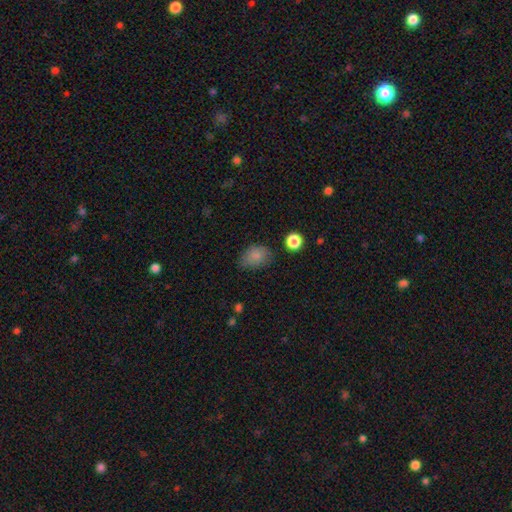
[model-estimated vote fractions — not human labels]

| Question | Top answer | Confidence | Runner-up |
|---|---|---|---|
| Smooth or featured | smooth | 82% | star or artifact (10%) |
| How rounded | in between | 72% | round (27%) |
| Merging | none | 63% | minor disturbance (27%) |